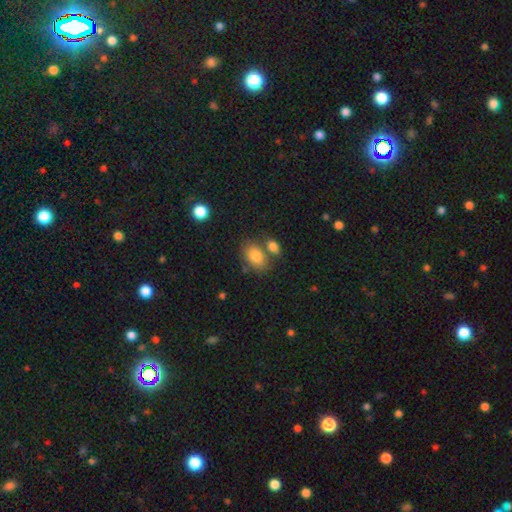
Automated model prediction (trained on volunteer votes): Smooth or featured?
  - smooth: 82% *
  - featured or disk: 10%
  - star or artifact: 8%
How rounded?
  - in between: 84% *
  - round: 15%
  - cigar-shaped: 1%
Merging?
  - none: 54% *
  - merger: 27%
  - minor disturbance: 14%
  - major disturbance: 5%